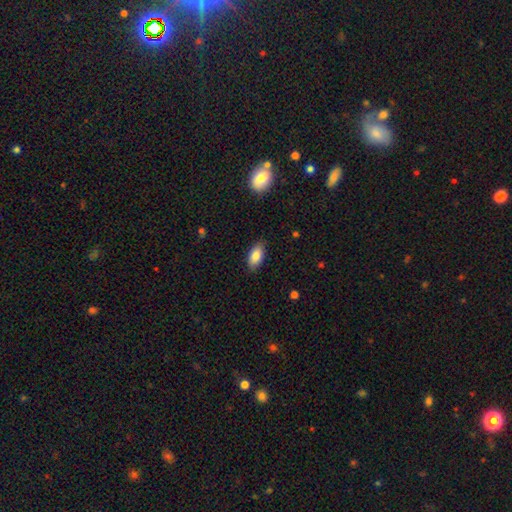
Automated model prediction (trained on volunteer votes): Smooth or featured? smooth (85%)
How rounded? in between (92%)
Merging? none (84%)